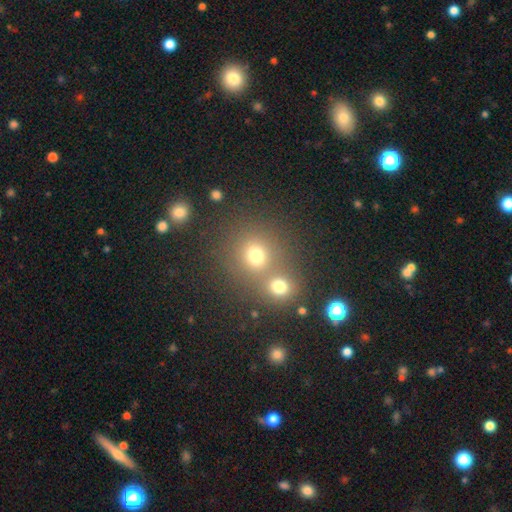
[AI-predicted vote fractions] This is likely a smooth galaxy (73%). How rounded: clearly round (85%). Merging: possibly merger (46%).